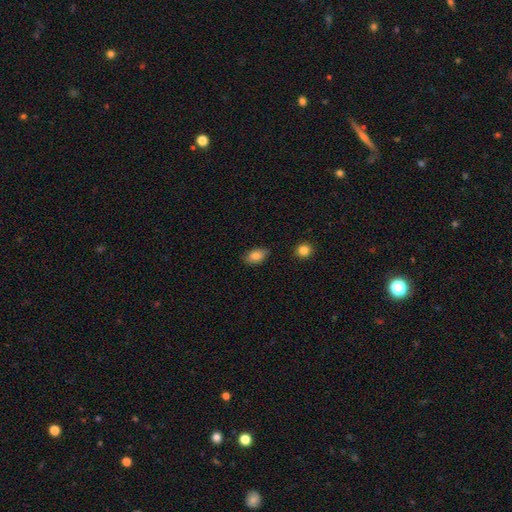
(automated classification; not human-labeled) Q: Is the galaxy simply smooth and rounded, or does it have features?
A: smooth — 85%.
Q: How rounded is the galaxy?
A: in between — 89%.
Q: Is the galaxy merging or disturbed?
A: none — 83%.